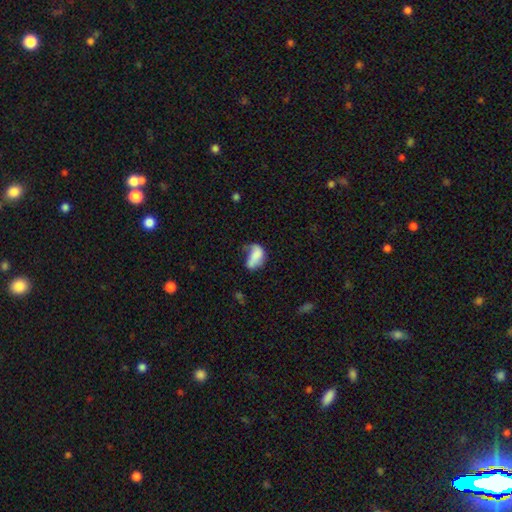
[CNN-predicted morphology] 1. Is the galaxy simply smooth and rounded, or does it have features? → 65% smooth, 26% featured or disk, 9% star or artifact.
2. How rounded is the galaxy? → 87% in between, 10% round, 3% cigar-shaped.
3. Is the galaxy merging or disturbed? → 31% major disturbance, 29% minor disturbance, 26% none, 13% merger.